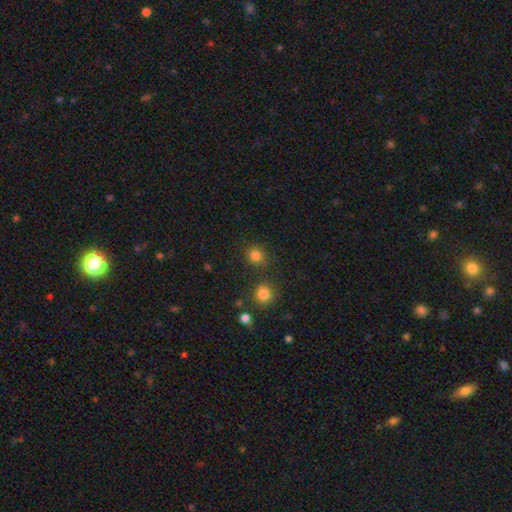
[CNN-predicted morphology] type=smooth (81%); roundness=round (89%); merging=none (82%).